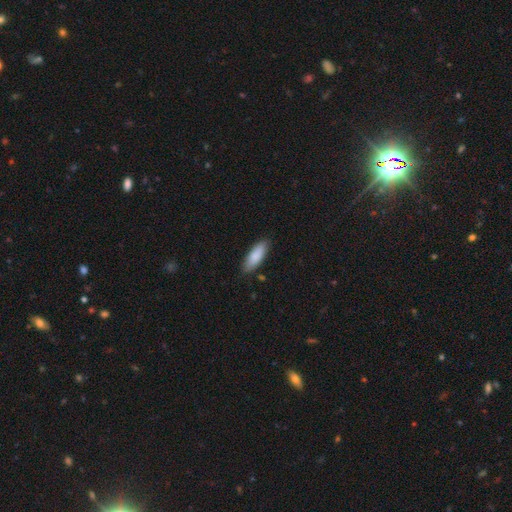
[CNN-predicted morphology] smooth-or-featured: smooth: 86% | featured or disk: 8% | star or artifact: 6%
  how-rounded: in between: 63% | cigar-shaped: 36% | round: 2%
  merging: none: 85% | minor disturbance: 12% | major disturbance: 2% | merger: 1%